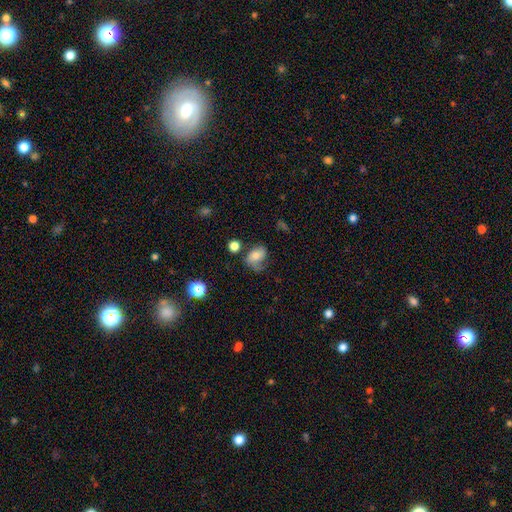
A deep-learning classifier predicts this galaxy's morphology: smooth_or_featured: smooth (p=0.53) [alt: featured or disk p=0.36]
how_rounded: in between (p=0.66) [alt: round p=0.33]
merging: none (p=0.41) [alt: minor disturbance p=0.28]